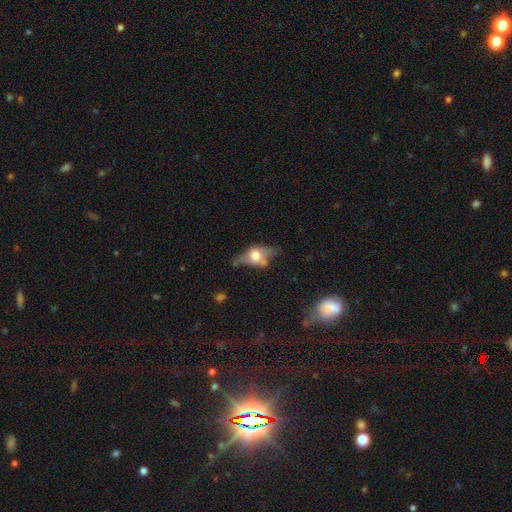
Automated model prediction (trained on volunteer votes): Morphology: type=featured or disk (51%); edge-on=yes (73%); merging=none (47%).